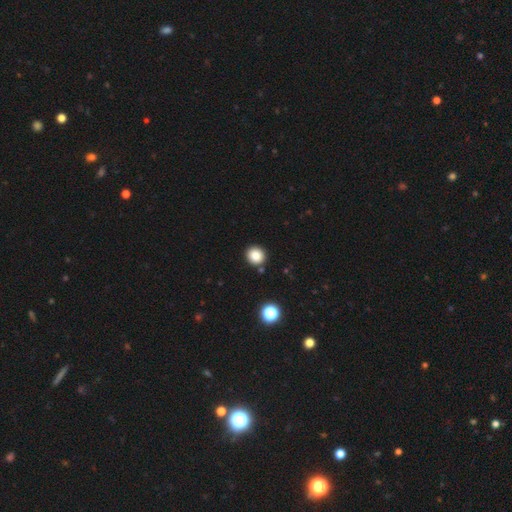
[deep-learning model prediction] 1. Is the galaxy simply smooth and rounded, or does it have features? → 83% smooth, 11% star or artifact, 6% featured or disk.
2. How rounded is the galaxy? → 88% round, 11% in between, 1% cigar-shaped.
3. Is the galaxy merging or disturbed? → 88% none, 6% minor disturbance, 4% merger, 2% major disturbance.